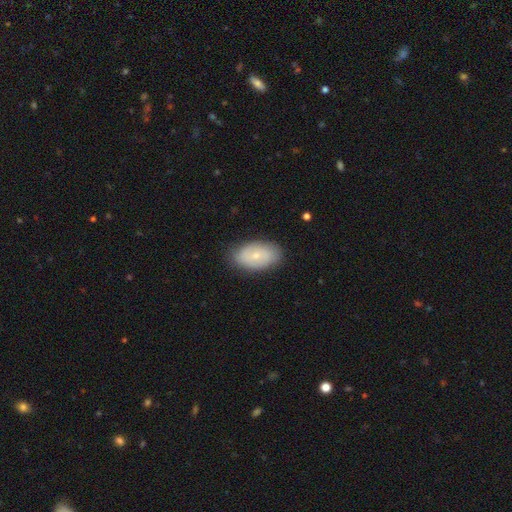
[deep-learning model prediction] smooth-or-featured: smooth: 62% | featured or disk: 31% | star or artifact: 7%
  how-rounded: in between: 93% | round: 6% | cigar-shaped: 2%
  merging: none: 83% | minor disturbance: 14% | major disturbance: 3% | merger: 1%